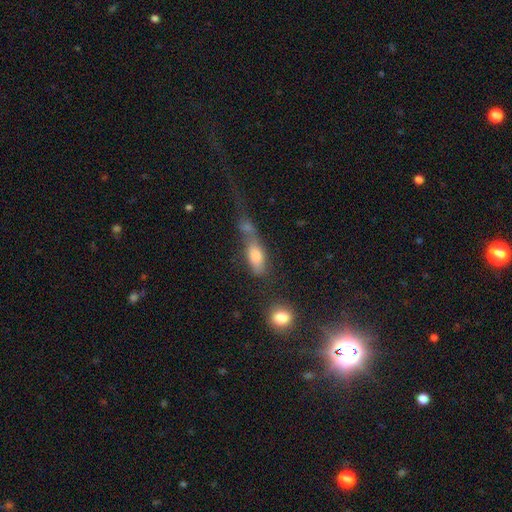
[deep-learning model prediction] A smooth galaxy with no disk features (70%) that is in between round and cigar-shaped (69%). Merging: merger (42%).